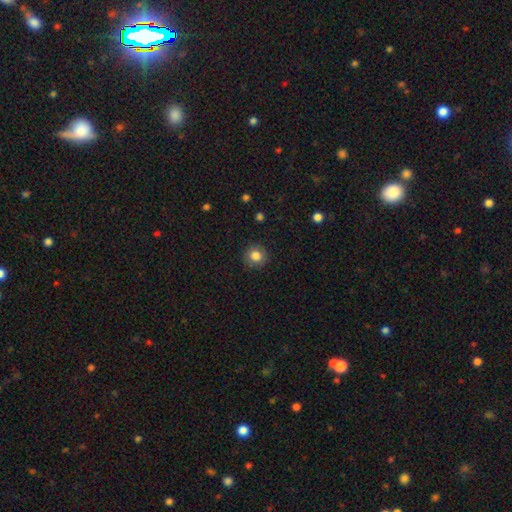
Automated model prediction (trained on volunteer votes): Morphology: type=smooth (83%); roundness=round (92%); merging=none (90%).